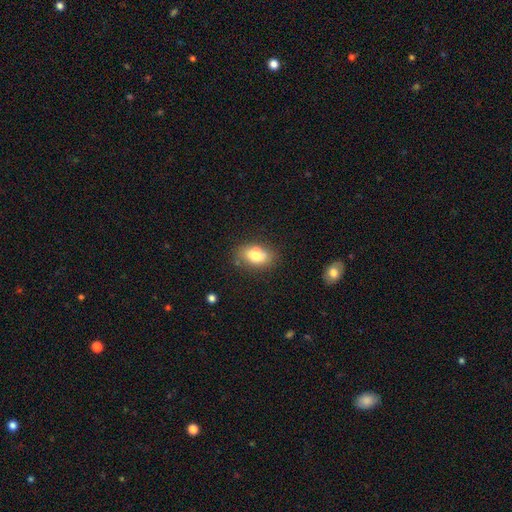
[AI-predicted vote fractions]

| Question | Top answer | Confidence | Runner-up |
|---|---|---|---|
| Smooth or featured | smooth | 75% | featured or disk (16%) |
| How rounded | in between | 81% | round (16%) |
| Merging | none | 64% | minor disturbance (18%) |